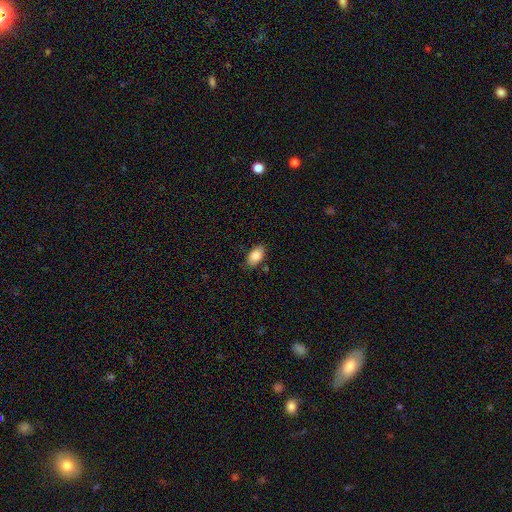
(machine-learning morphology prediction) This is clearly a smooth galaxy (84%). How rounded: clearly in between (92%). Merging: clearly none (82%).